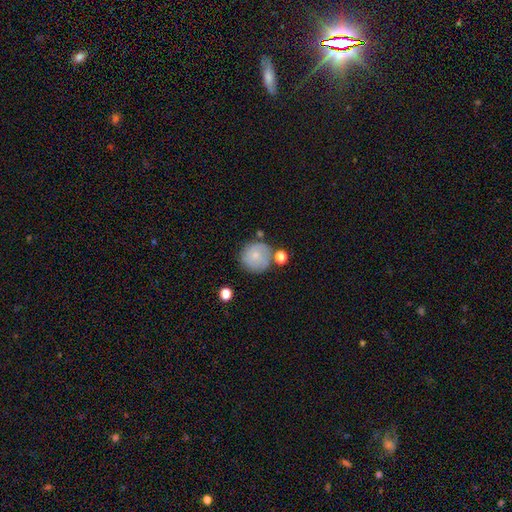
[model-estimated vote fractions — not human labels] Smooth or featured? Predicted: smooth (p=0.65). How rounded? Predicted: round (p=0.93). Merging? Predicted: none (p=0.70).